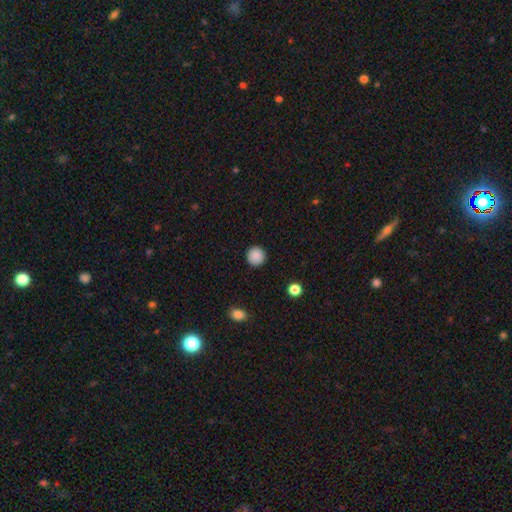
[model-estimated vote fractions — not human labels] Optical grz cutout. It shows a smooth galaxy with no disk features (89%) that is round (95%). Merging: none (91%).